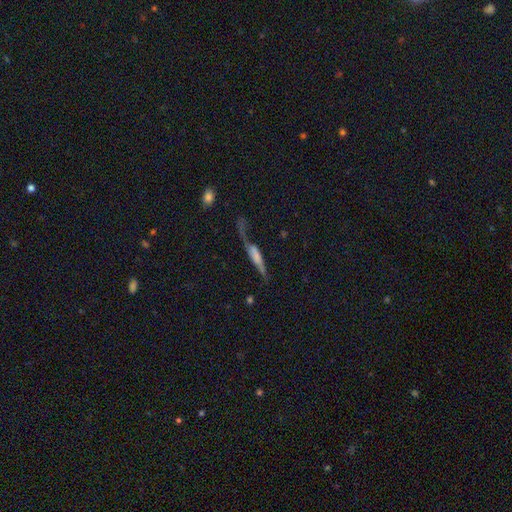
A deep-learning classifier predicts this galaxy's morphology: This appears to be a featured or disk galaxy (49%). Merging: major disturbance (40%).